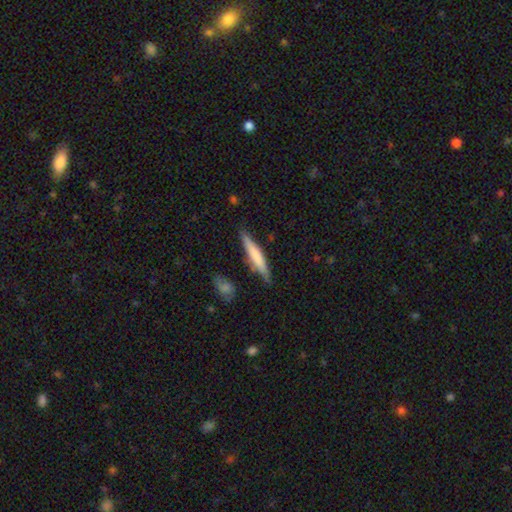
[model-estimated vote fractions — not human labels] This is likely a smooth galaxy (64%). How rounded: clearly cigar-shaped (90%). Merging: likely none (79%).